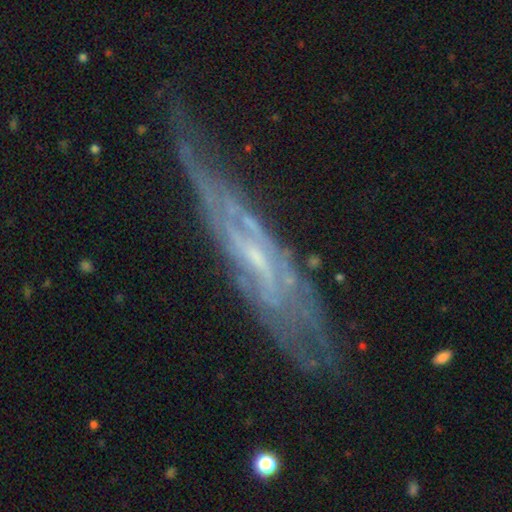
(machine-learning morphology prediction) Smooth or featured? featured or disk (78%)
Edge-on disk? yes (50%, tied with no)
Merging? none (59%)